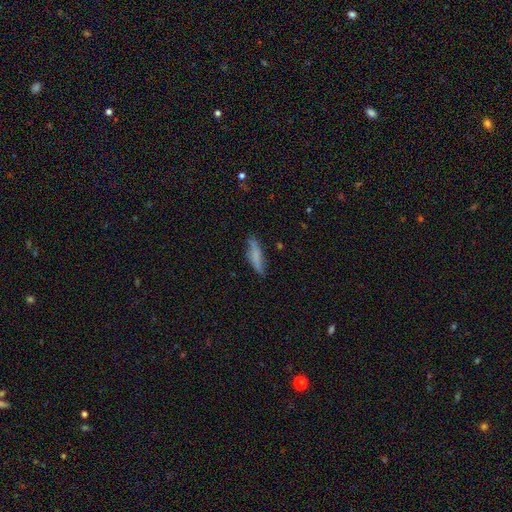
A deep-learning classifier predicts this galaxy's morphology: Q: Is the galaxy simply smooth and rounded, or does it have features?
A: smooth — 69%.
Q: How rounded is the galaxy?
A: cigar-shaped — 73%.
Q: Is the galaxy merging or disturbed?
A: none — 72%.